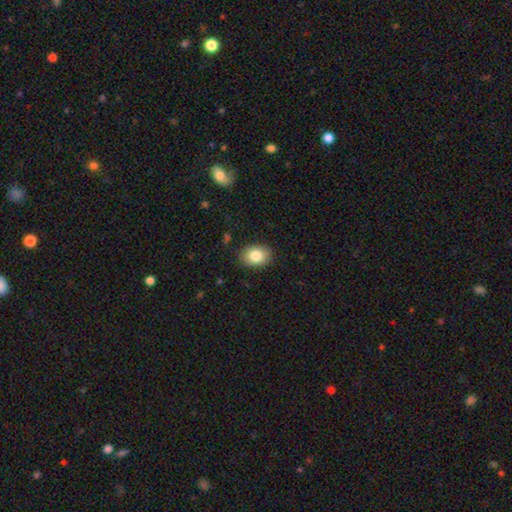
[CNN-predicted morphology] smooth_or_featured: smooth (p=0.82) [alt: featured or disk p=0.10]
how_rounded: in between (p=0.71) [alt: round p=0.29]
merging: none (p=0.88) [alt: minor disturbance p=0.09]